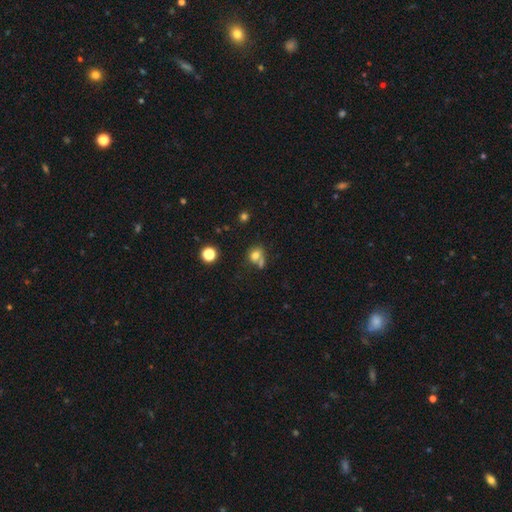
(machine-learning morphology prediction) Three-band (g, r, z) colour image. It shows a smooth galaxy with no disk features (72%) that is round (66%). Merging: none (42%).